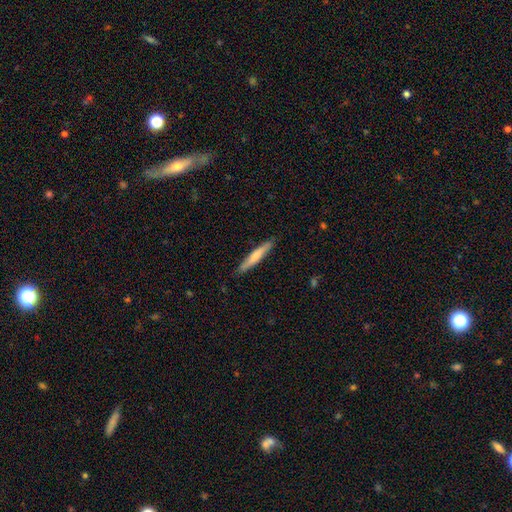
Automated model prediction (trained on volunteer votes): A smooth galaxy with no disk features (67%) that is cigar-shaped (93%).

Vote fractions:
- Smooth or featured? smooth: 67% / featured or disk: 28% / star or artifact: 5%
- How rounded? cigar-shaped: 93% / in between: 6% / round: 1%
- Merging? none: 87% / minor disturbance: 10% / major disturbance: 2% / merger: 1%